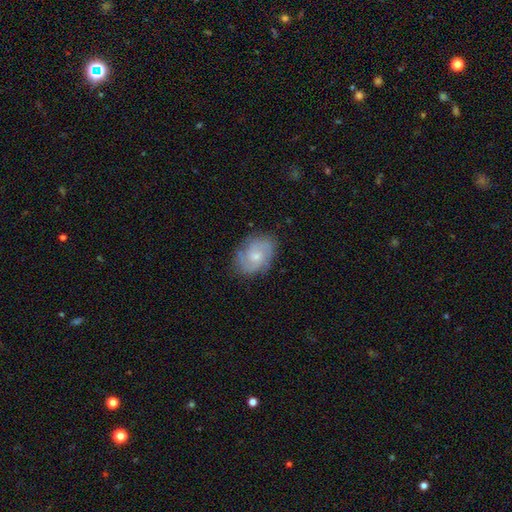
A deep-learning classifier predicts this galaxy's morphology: A featured or disk galaxy (72%) with no bar (61%), 2 (63%) medium (44%) spiral arms (93%) and a small central bulge (54%). Merging: none (76%).